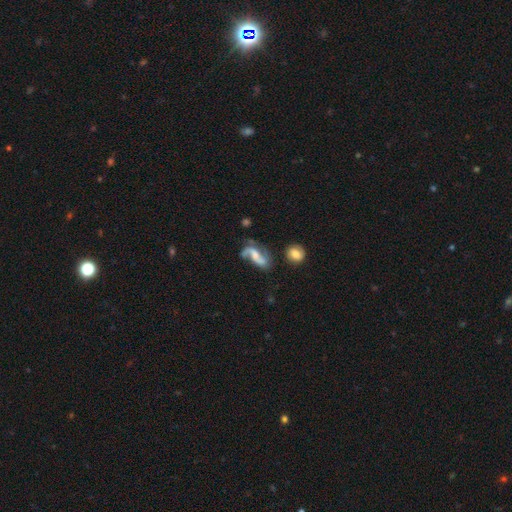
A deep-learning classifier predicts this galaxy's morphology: featured or disk 79%, smooth 14%, star or artifact 7%. Down the decision tree: edge-on disk — no (95%); bar — weak (41%); spiral arms — yes (93%); spiral arm count — 2 (87%); spiral winding — loose (70%); bulge size — small (35%, tied with moderate); merging — none (52%).